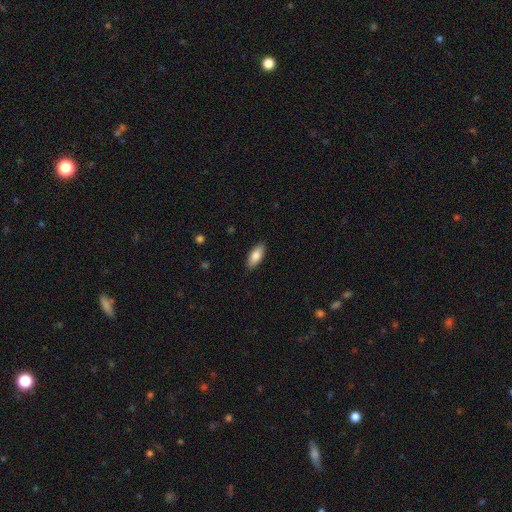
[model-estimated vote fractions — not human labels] The model was most divided on "how rounded": in between: 84%, cigar-shaped: 14%, round: 2%. More confident: merging — none (88%); smooth or featured — smooth (84%).